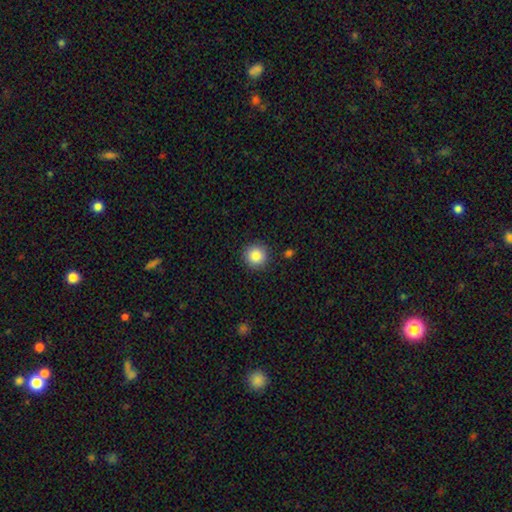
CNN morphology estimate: Overall: smooth (86%). How rounded: round (95%). Merging: none (90%).